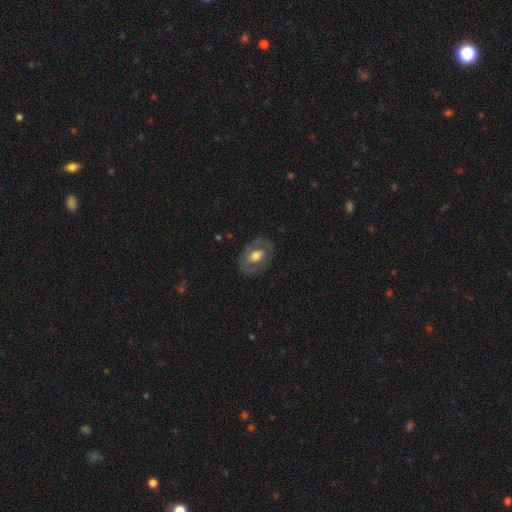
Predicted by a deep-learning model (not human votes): Smooth or featured? featured or disk (51%)
Edge-on disk? no (93%)
Merging? none (76%)